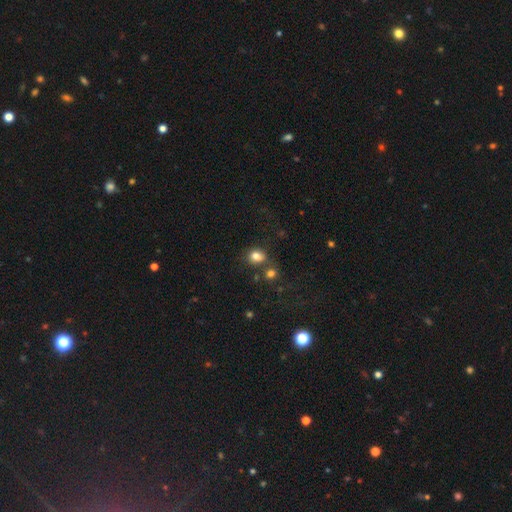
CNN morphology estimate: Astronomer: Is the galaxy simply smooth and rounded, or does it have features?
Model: smooth — 81%.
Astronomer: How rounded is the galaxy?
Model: round — 55% (runner-up: in between, 44%).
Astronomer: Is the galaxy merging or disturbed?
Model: none — 61%.